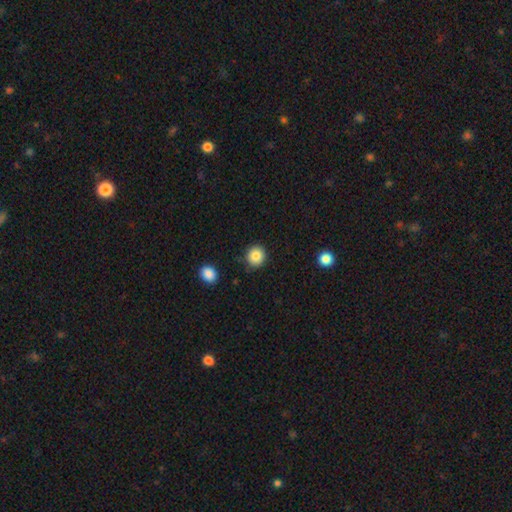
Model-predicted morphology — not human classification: Smooth or featured?
  - smooth: 86% *
  - star or artifact: 9%
  - featured or disk: 5%
How rounded?
  - round: 87% *
  - in between: 12%
  - cigar-shaped: 1%
Merging?
  - none: 87% *
  - minor disturbance: 8%
  - major disturbance: 2%
  - merger: 2%